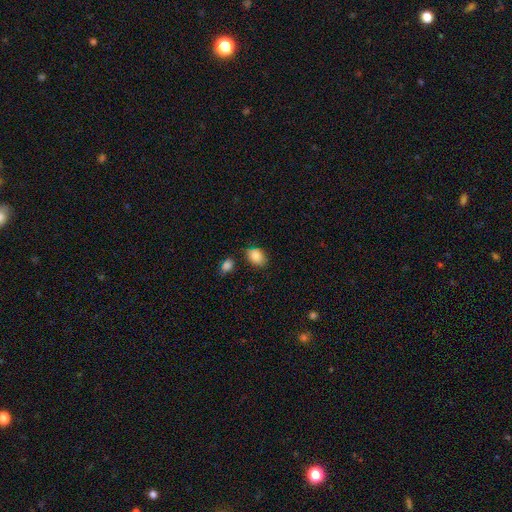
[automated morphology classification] smooth-or-featured: smooth: 87% | star or artifact: 8% | featured or disk: 5%
  how-rounded: in between: 75% | round: 24% | cigar-shaped: 1%
  merging: none: 71% | minor disturbance: 20% | merger: 5% | major disturbance: 4%